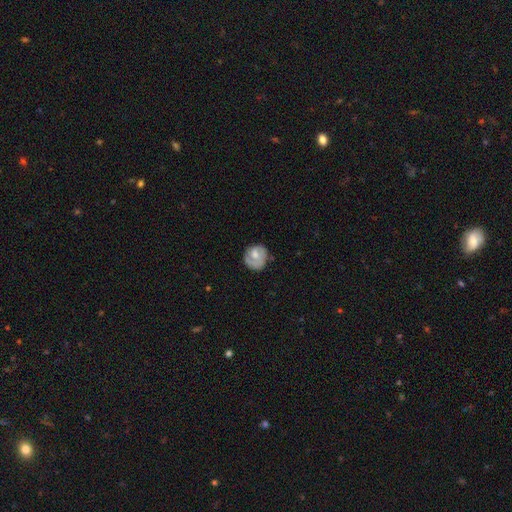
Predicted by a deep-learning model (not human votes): smooth-or-featured: smooth: 49% | featured or disk: 44% | star or artifact: 7%
  merging: none: 60% | minor disturbance: 26% | major disturbance: 12% | merger: 2%